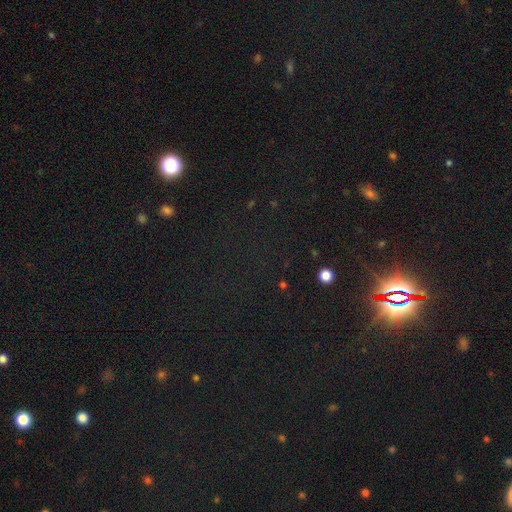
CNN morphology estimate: A star or artifact, not a galaxy (79%).